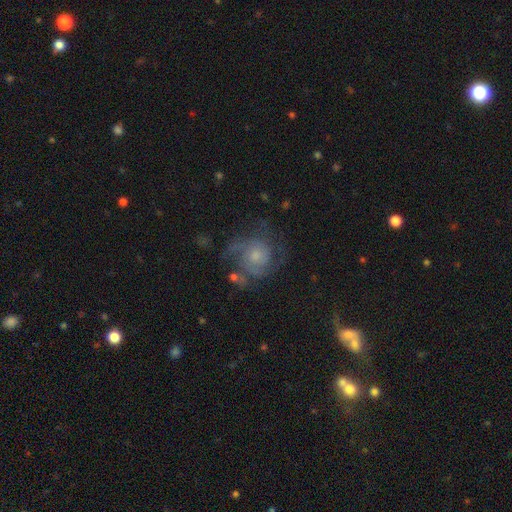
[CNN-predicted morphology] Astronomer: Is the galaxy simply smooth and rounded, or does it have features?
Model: featured or disk — 73%.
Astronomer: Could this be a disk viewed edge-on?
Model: no — 98%.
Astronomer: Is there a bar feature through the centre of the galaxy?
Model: no — 76%.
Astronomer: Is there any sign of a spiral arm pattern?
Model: yes — 90%.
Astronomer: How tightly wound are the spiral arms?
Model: tight — 43% (runner-up: medium, 42%).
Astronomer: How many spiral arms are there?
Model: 2 — 33% (runner-up: can't tell, 26%).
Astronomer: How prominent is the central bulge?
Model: moderate — 44% (runner-up: small, 40%).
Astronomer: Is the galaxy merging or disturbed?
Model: none — 58%.